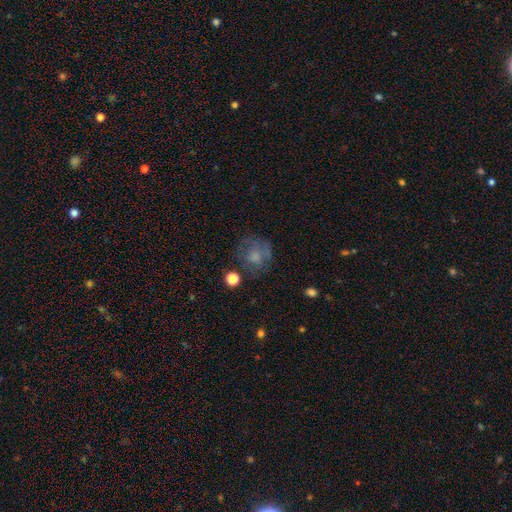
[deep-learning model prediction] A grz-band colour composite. It shows a smooth galaxy with no disk features (62%) that is round (81%). Merging: none (57%).